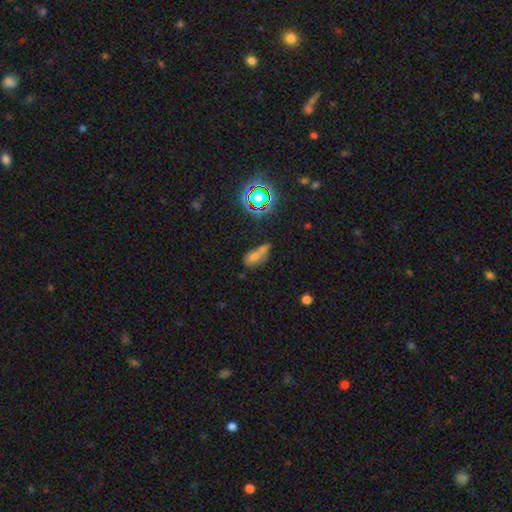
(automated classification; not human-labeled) A smooth galaxy with no disk features (58%) that is in between round and cigar-shaped (77%). Merging: merger (45%).